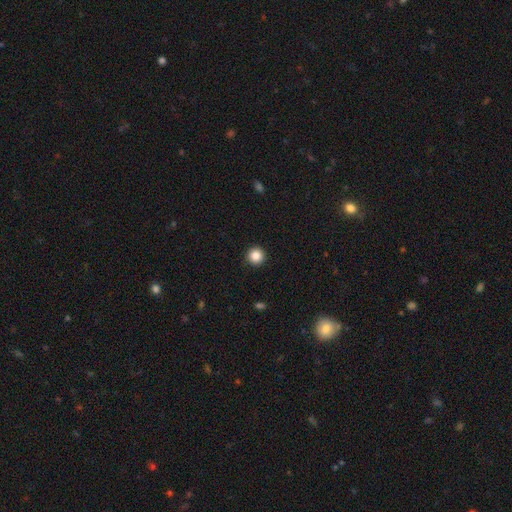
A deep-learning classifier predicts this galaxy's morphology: Overall: smooth (86%). How rounded: round (96%). Merging: none (93%).